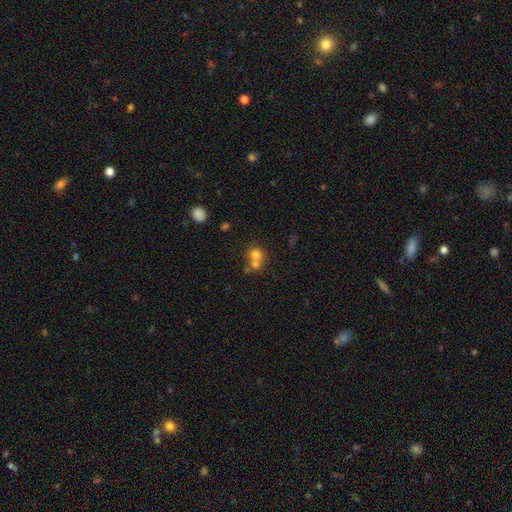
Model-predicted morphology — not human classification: Q: Smooth or featured?
A: smooth (71%); runner-up: featured or disk (16%)
Q: How rounded?
A: round (82%); runner-up: in between (17%)
Q: Merging?
A: merger (56%); runner-up: none (35%)